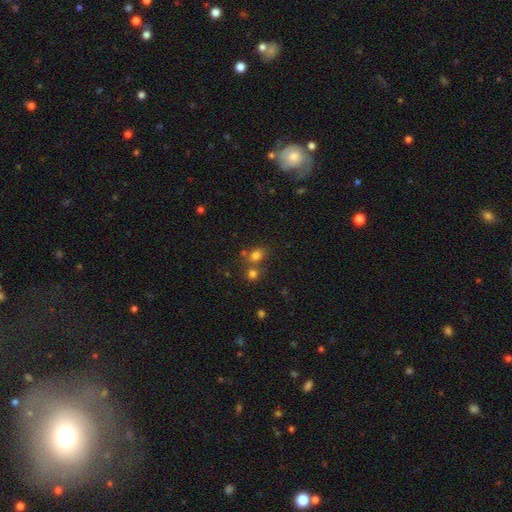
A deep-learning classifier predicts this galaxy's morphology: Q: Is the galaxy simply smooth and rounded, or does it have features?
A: smooth — 75%.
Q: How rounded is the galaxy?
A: round — 50%.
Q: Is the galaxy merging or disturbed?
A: none — 54%.